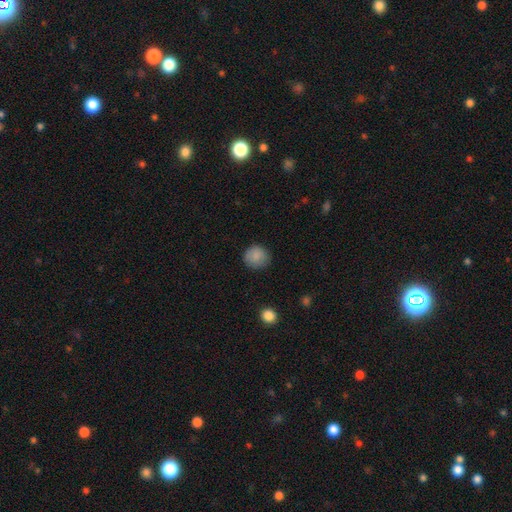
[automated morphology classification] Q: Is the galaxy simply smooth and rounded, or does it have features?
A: smooth — 87%.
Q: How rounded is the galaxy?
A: round — 88%.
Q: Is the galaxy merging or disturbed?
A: none — 84%.